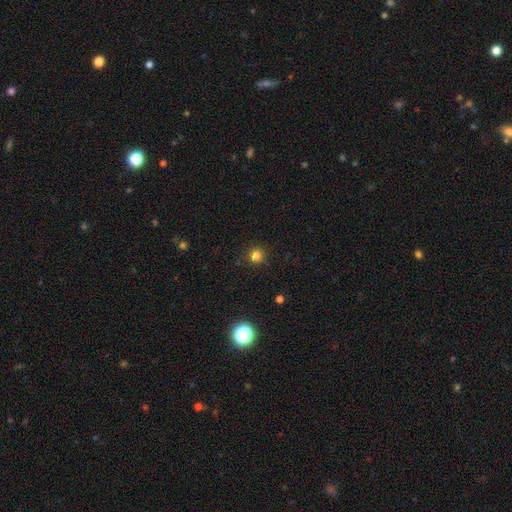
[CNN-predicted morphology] smooth_or_featured: smooth (p=0.81) [alt: star or artifact p=0.15]
how_rounded: round (p=0.91) [alt: in between p=0.08]
merging: none (p=0.86) [alt: minor disturbance p=0.09]